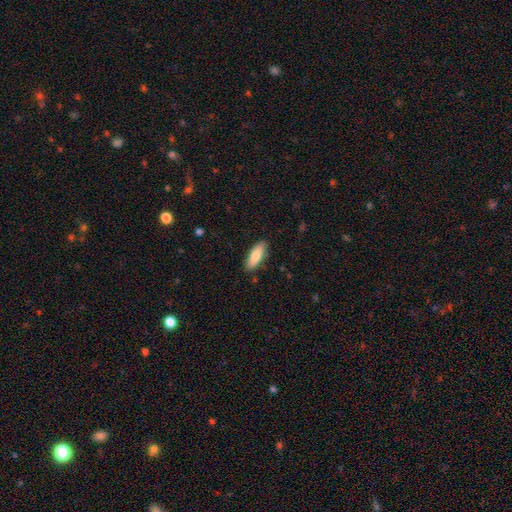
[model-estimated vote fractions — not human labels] The model was most divided on "how rounded": in between: 65%, cigar-shaped: 34%, round: 2%. More confident: merging — none (86%); smooth or featured — smooth (83%).